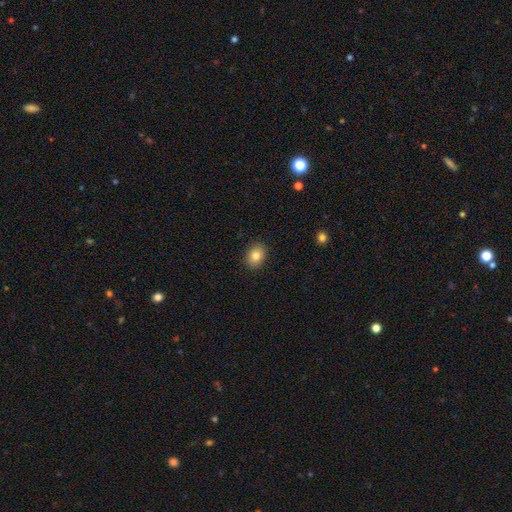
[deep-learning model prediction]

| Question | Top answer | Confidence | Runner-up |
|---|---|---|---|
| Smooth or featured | smooth | 84% | star or artifact (9%) |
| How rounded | in between | 60% | round (39%) |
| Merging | none | 89% | minor disturbance (8%) |